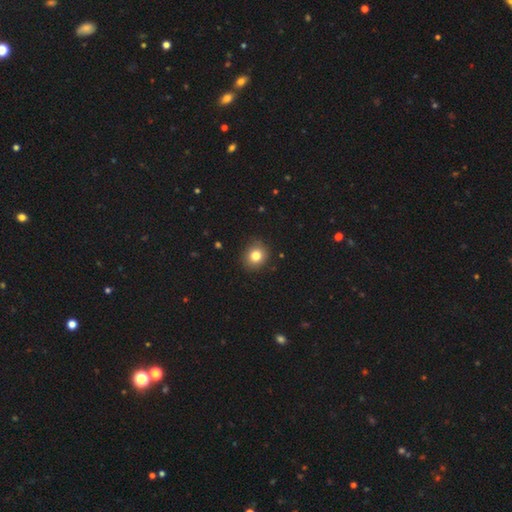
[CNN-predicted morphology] A smooth galaxy with no disk features (81%) that is round (80%).

Vote fractions:
- Smooth or featured? smooth: 81% / star or artifact: 11% / featured or disk: 8%
- How rounded? round: 80% / in between: 19% / cigar-shaped: 1%
- Merging? none: 88% / minor disturbance: 9% / major disturbance: 2% / merger: 1%